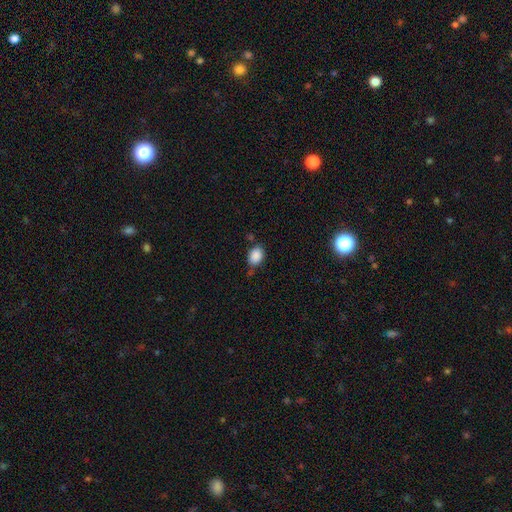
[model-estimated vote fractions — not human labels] Smooth or featured? Predicted: smooth (p=0.88). How rounded? Predicted: in between (p=0.72). Merging? Predicted: none (p=0.67).